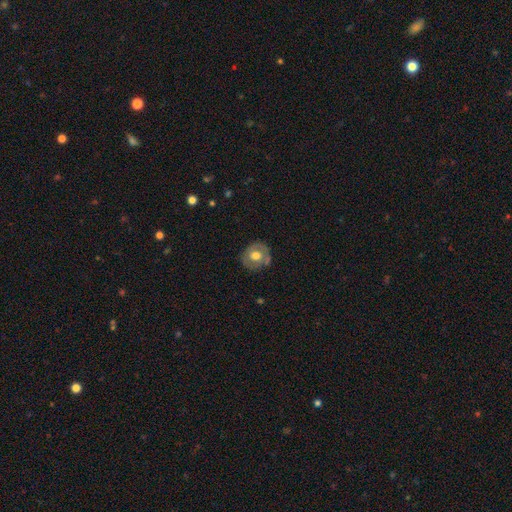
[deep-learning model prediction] This is possibly a smooth galaxy (47%). Merging: likely none (75%).